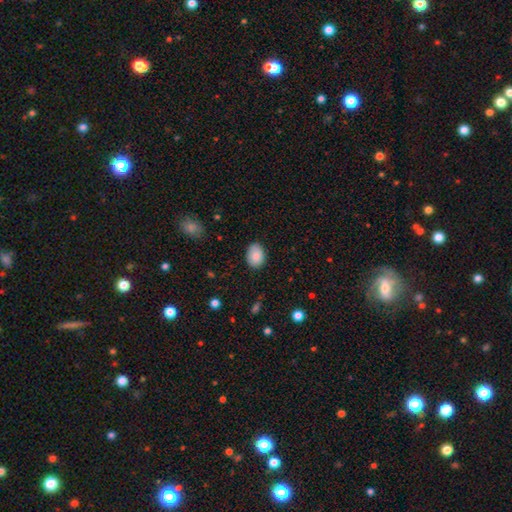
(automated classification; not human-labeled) The model was most divided on "how rounded": in between: 76%, round: 23%, cigar-shaped: 1%. More confident: smooth or featured — smooth (88%); merging — none (84%).